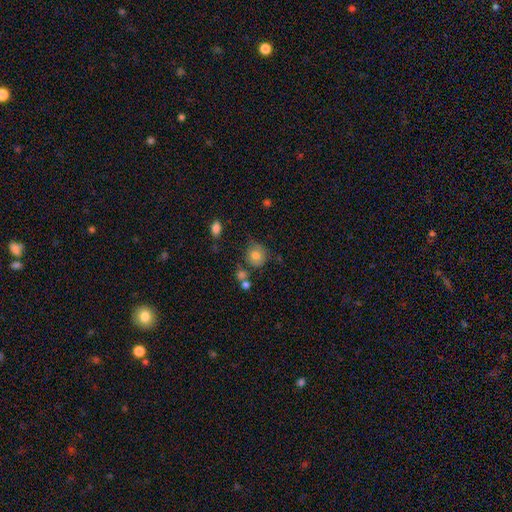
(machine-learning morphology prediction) smooth_or_featured: smooth (p=0.75) [alt: featured or disk p=0.15]
how_rounded: round (p=0.79) [alt: in between p=0.20]
merging: none (p=0.60) [alt: minor disturbance p=0.25]